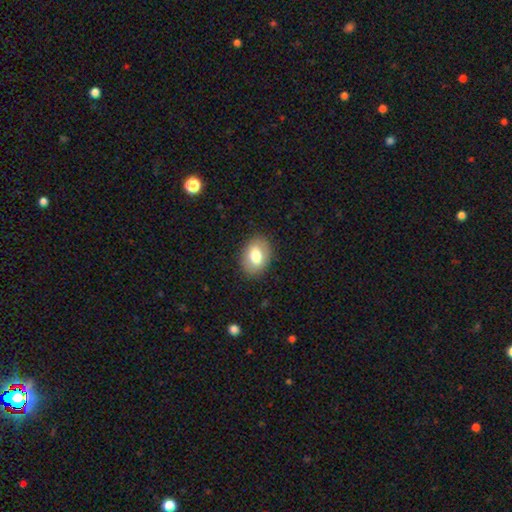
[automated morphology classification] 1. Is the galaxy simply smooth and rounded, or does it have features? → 74% smooth, 18% featured or disk, 8% star or artifact.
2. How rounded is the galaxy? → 75% in between, 24% round, 1% cigar-shaped.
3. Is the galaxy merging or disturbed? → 87% none, 9% minor disturbance, 3% major disturbance, 1% merger.